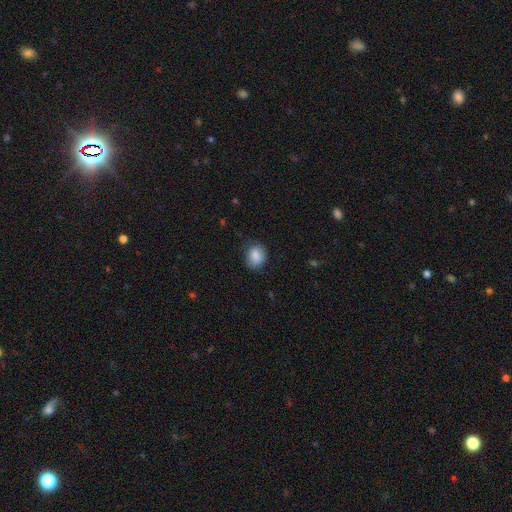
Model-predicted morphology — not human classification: Smooth or featured? Predicted: smooth (p=0.85). How rounded? Predicted: round (p=0.50). Merging? Predicted: none (p=0.76).